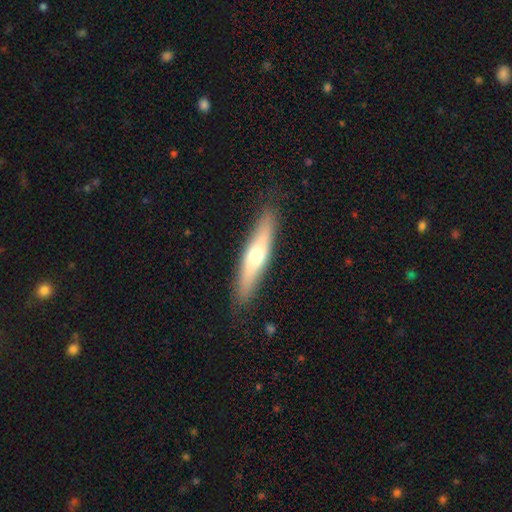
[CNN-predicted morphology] Overall: smooth (50%; featured or disk 44%). How rounded: cigar-shaped (82%). Merging: none (87%).